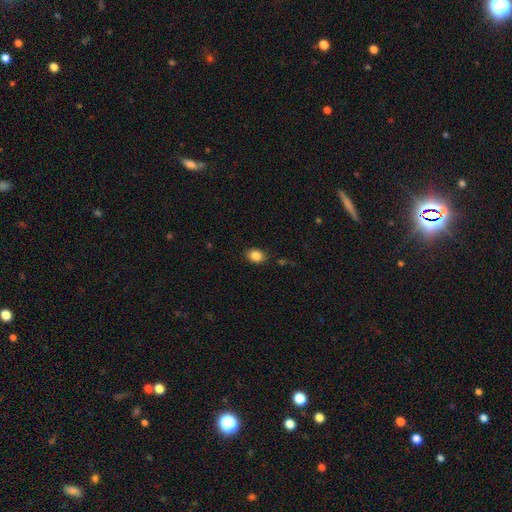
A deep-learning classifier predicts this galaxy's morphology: This is clearly a smooth galaxy (86%). How rounded: possibly in between (56%). Merging: clearly none (84%).